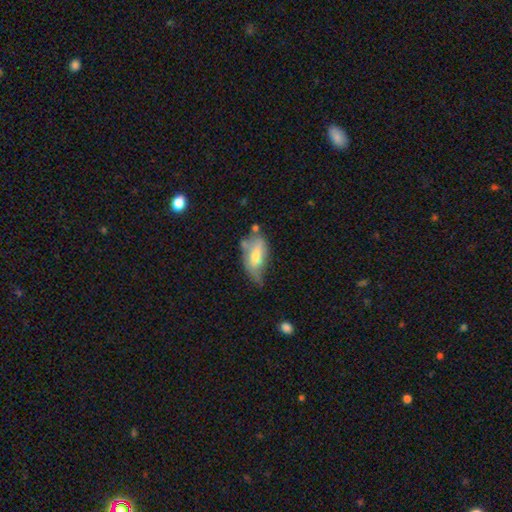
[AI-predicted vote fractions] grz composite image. It shows a smooth galaxy with no disk features (57%) that is in between round and cigar-shaped (87%). Merging: minor disturbance (39%).